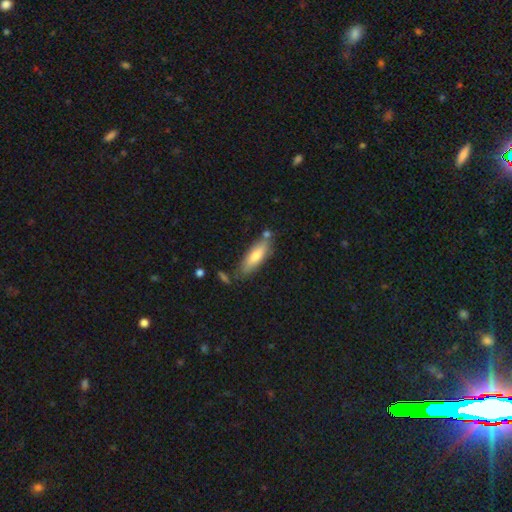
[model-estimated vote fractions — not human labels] A smooth galaxy with no disk features (71%) that is cigar-shaped (49%, tied with in between).

Vote fractions:
- Smooth or featured? smooth: 71% / featured or disk: 23% / star or artifact: 6%
- How rounded? cigar-shaped: 49% (tied) / in between: 49% (tied) / round: 2%
- Merging? none: 72% / minor disturbance: 17% / merger: 8% / major disturbance: 4%